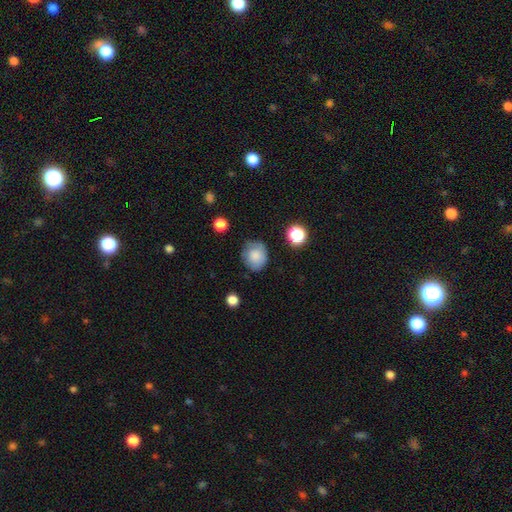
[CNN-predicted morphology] This appears to be a smooth galaxy with no disk features (78%) that is round (71%). Merging: none (65%).